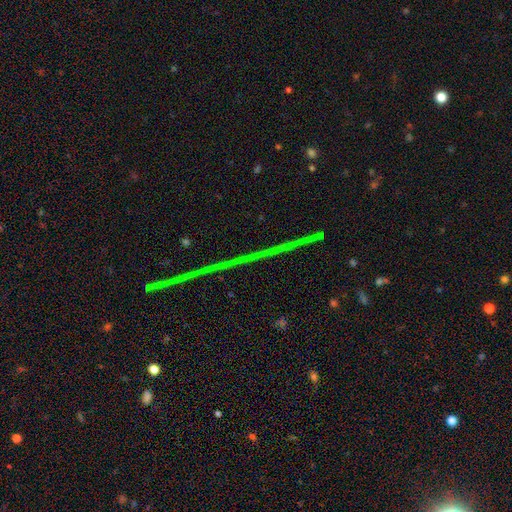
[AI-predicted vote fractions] Smooth or featured? Predicted: star or artifact (p=0.81).